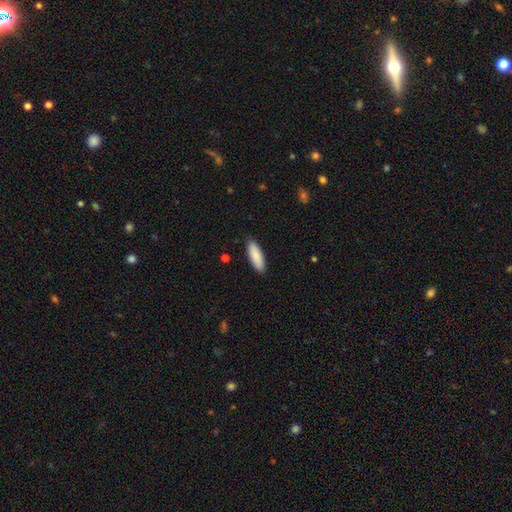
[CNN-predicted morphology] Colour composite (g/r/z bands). It shows a smooth galaxy with no disk features (88%) that is in between round and cigar-shaped (60%). Merging: none (89%).